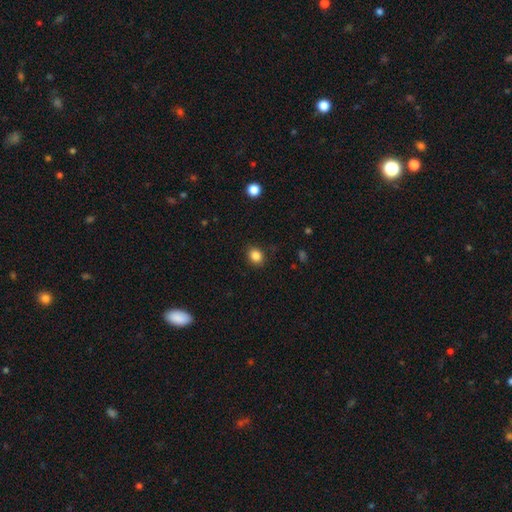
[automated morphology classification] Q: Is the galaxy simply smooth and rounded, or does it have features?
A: smooth — 85%.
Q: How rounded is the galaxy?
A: round — 58%.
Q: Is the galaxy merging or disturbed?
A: none — 88%.